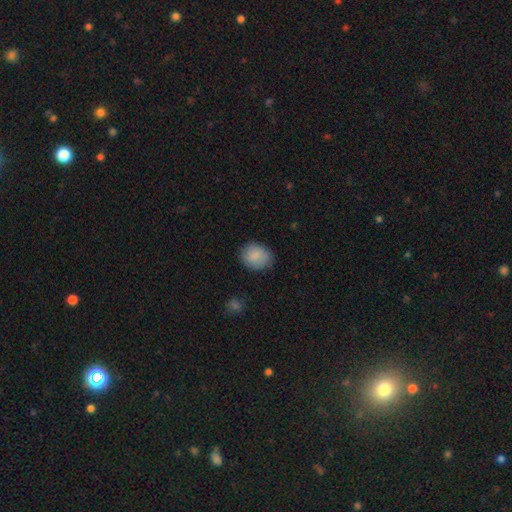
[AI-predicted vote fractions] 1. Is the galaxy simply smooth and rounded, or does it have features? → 87% smooth, 7% star or artifact, 6% featured or disk.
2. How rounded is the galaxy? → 60% round, 39% in between, 1% cigar-shaped.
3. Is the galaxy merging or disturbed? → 79% none, 16% minor disturbance, 4% major disturbance, 1% merger.